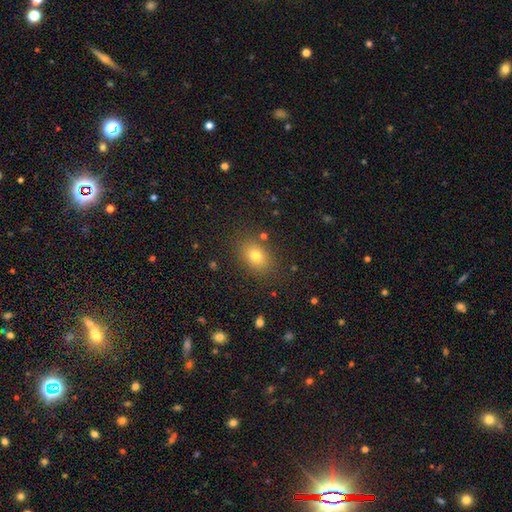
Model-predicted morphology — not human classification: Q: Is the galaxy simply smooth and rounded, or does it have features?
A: smooth — 76%.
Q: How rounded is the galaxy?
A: in between — 69%.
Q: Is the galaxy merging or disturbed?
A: none — 84%.